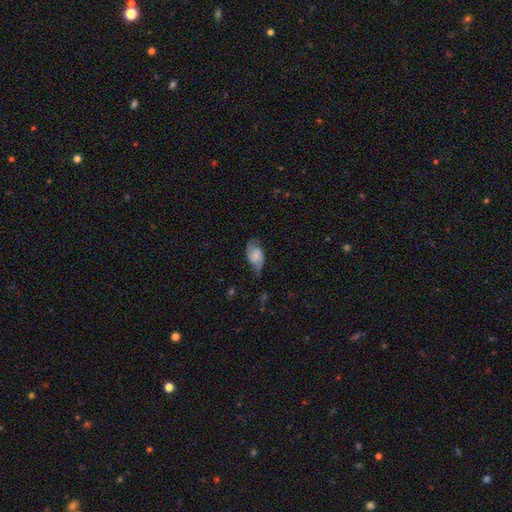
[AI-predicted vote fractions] Smooth or featured: smooth — 47% (featured or disk — 46%)
Merging: none — 65% (minor disturbance — 26%)